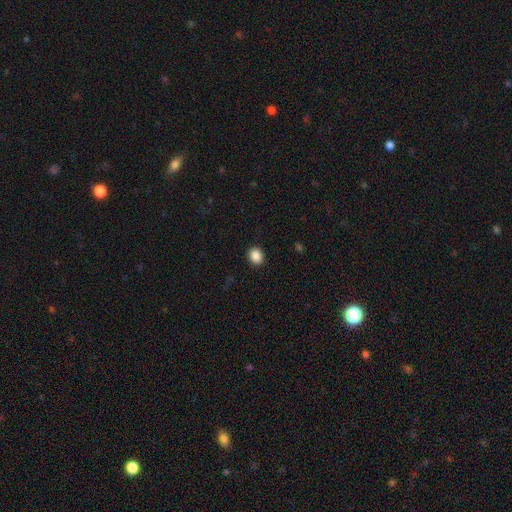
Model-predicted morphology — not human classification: Smooth or featured? smooth (88%)
How rounded? round (63%)
Merging? none (91%)